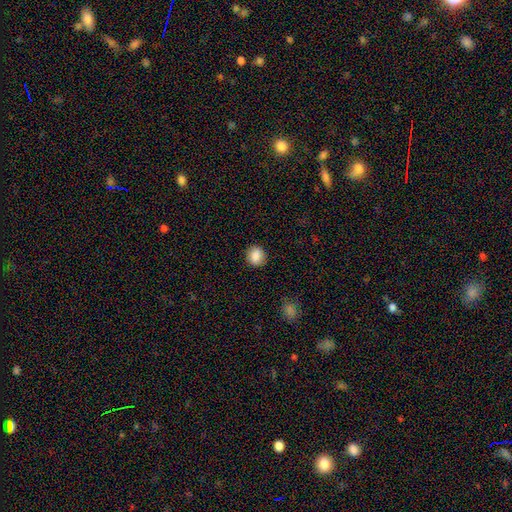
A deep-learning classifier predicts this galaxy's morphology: A smooth galaxy with no disk features (86%) that is round (79%). Merging: none (87%).